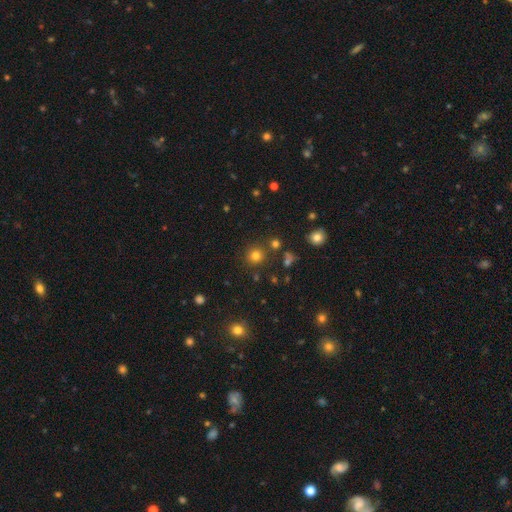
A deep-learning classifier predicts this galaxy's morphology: This appears to be a smooth galaxy with no disk features (77%) that is round (91%). Merging: none (84%).